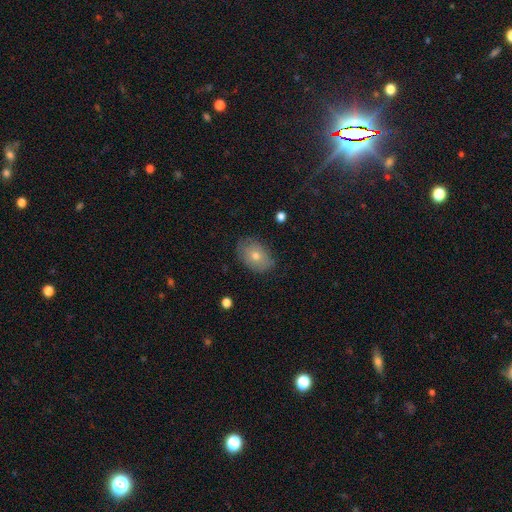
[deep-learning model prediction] smooth-or-featured: smooth: 67% | featured or disk: 23% | star or artifact: 10%
  how-rounded: in between: 78% | round: 21% | cigar-shaped: 1%
  merging: none: 79% | minor disturbance: 16% | major disturbance: 3% | merger: 1%